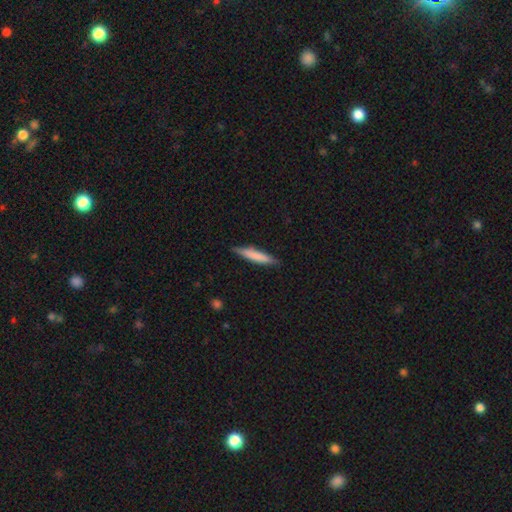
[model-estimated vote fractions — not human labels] smooth-or-featured: smooth: 74% | featured or disk: 21% | star or artifact: 5%
  how-rounded: cigar-shaped: 90% | in between: 9% | round: 1%
  merging: none: 85% | minor disturbance: 12% | major disturbance: 2% | merger: 1%